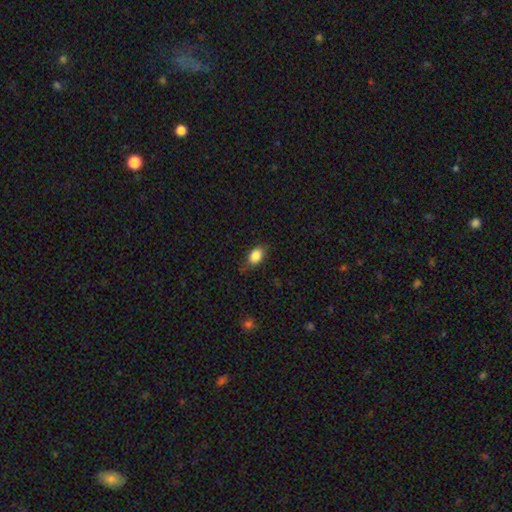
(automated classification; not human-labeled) smooth_or_featured: smooth (p=0.86) [alt: star or artifact p=0.08]
how_rounded: in between (p=0.78) [alt: round p=0.20]
merging: none (p=0.72) [alt: minor disturbance p=0.22]